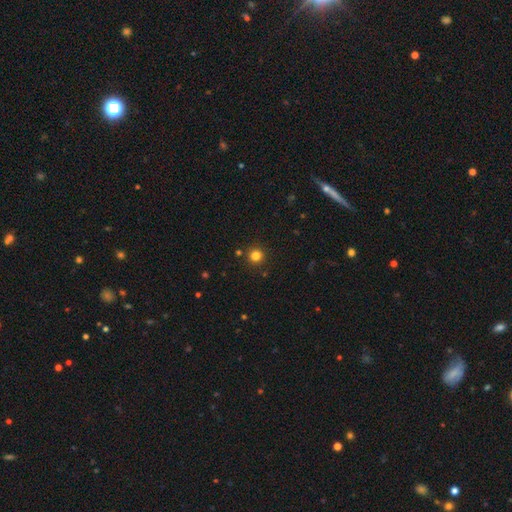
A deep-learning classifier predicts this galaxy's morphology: Overall: smooth (81%). How rounded: round (95%). Merging: none (90%).